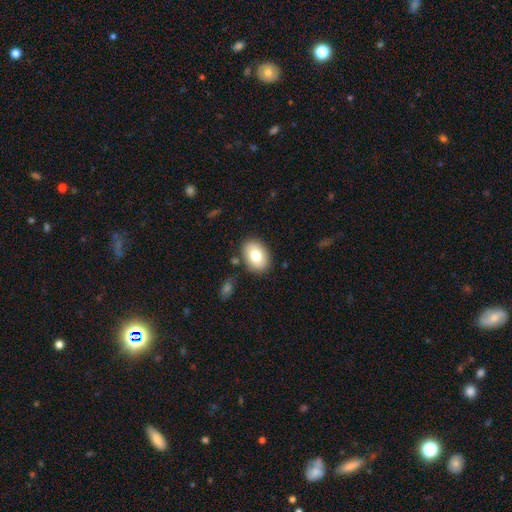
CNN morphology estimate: Smooth or featured?
  - smooth: 78% *
  - featured or disk: 15%
  - star or artifact: 8%
How rounded?
  - in between: 79% *
  - round: 20%
  - cigar-shaped: 1%
Merging?
  - none: 83% *
  - minor disturbance: 10%
  - merger: 4%
  - major disturbance: 3%